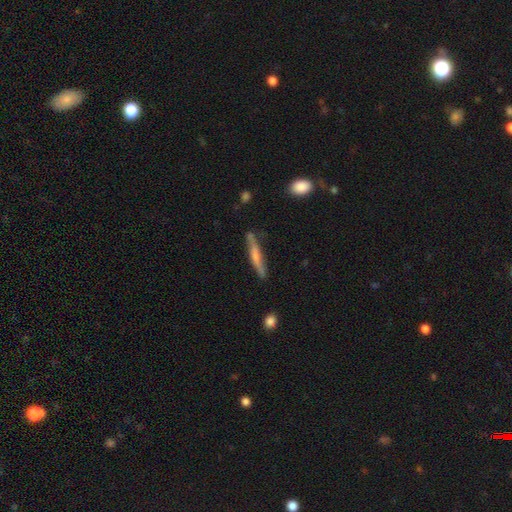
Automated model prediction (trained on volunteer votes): Q: Smooth or featured?
A: smooth (53%); runner-up: featured or disk (41%)
Q: How rounded?
A: cigar-shaped (93%); runner-up: in between (5%)
Q: Merging?
A: none (77%); runner-up: minor disturbance (17%)